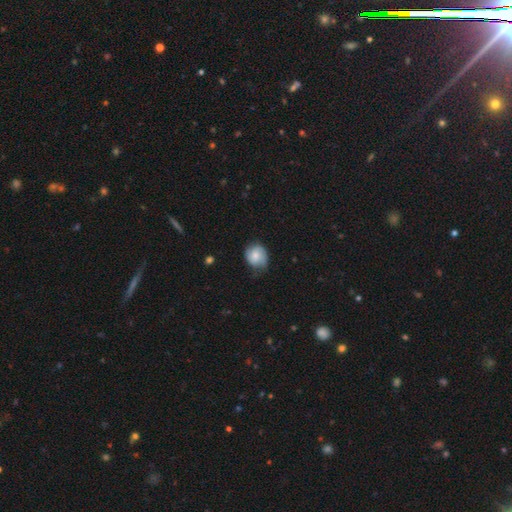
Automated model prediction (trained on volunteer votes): Smooth or featured? smooth (53%)
How rounded? round (69%)
Merging? none (61%)